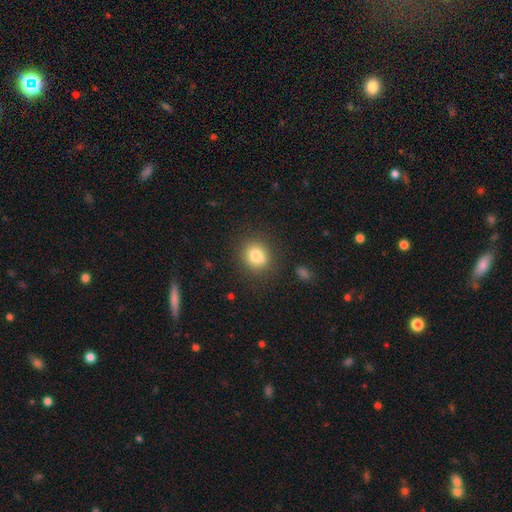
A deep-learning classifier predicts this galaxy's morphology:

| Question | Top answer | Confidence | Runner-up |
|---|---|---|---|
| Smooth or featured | smooth | 80% | star or artifact (11%) |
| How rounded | round | 76% | in between (23%) |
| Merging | none | 82% | minor disturbance (11%) |